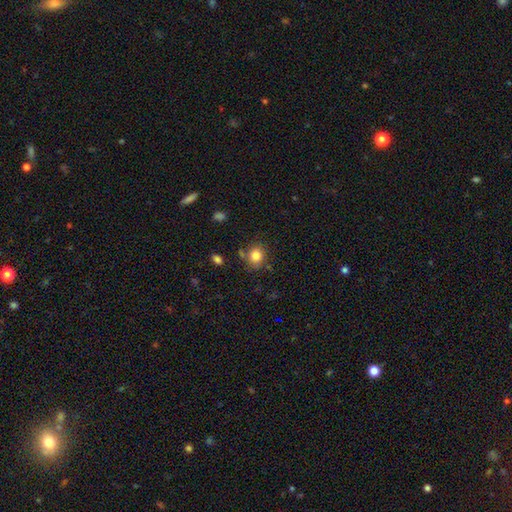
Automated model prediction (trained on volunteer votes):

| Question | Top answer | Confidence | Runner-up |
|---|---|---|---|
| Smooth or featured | smooth | 82% | star or artifact (11%) |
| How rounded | round | 72% | in between (28%) |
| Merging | none | 74% | minor disturbance (15%) |